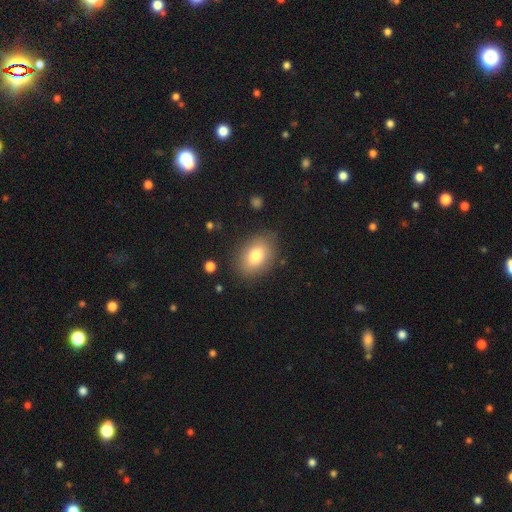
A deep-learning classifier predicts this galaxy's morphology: A smooth galaxy with no disk features (79%) that is in between round and cigar-shaped (80%). Merging: none (82%).